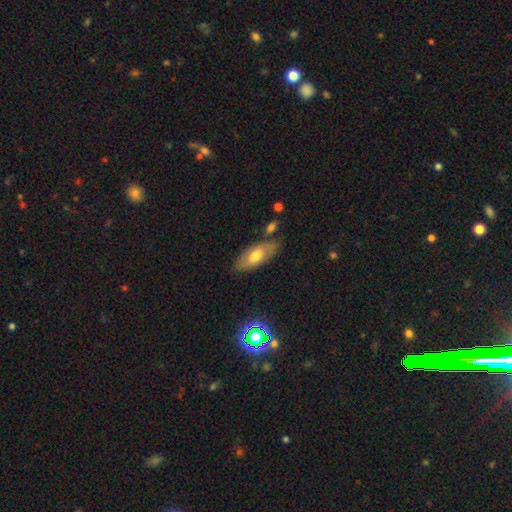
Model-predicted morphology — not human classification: Smooth or featured? Predicted: smooth (p=0.58). How rounded? Predicted: in between (p=0.85). Merging? Predicted: none (p=0.76).